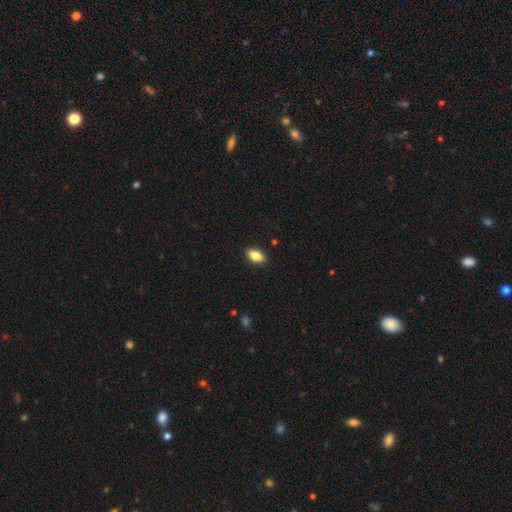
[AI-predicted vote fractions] Morphology: type=smooth (83%); roundness=in between (89%); merging=none (89%).